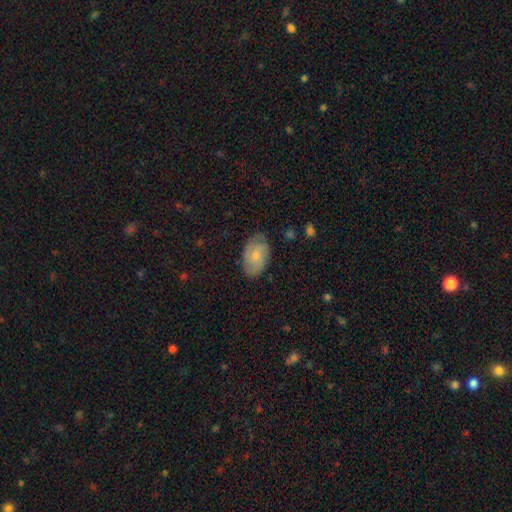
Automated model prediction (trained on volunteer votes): A smooth galaxy with no disk features (58%) that is in between round and cigar-shaped (91%). Merging: none (76%).